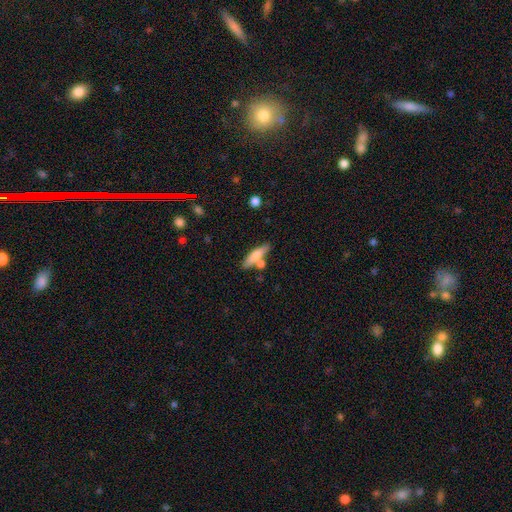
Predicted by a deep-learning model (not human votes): Smooth or featured? smooth (70%)
How rounded? cigar-shaped (74%)
Merging? none (66%)